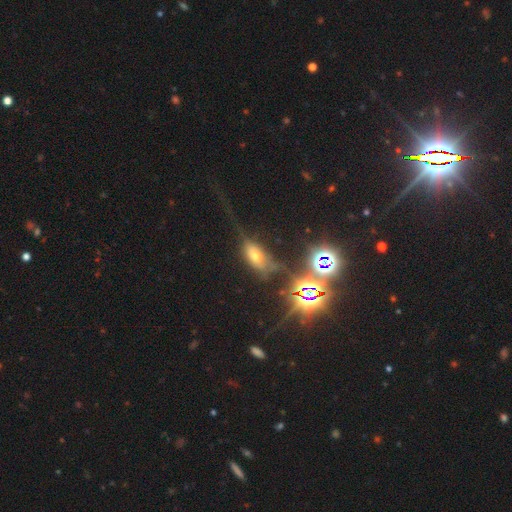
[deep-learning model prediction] The model was most divided on "smooth or featured": smooth: 40%, star or artifact: 36%, featured or disk: 24%. Remaining: merging — none (46%).